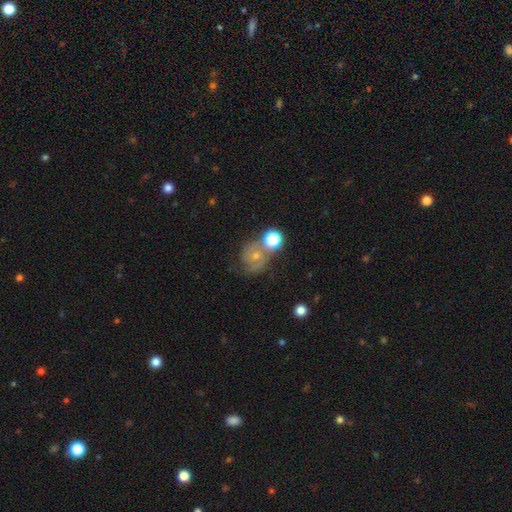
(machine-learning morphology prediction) type=featured or disk (40%); merging=none (54%).